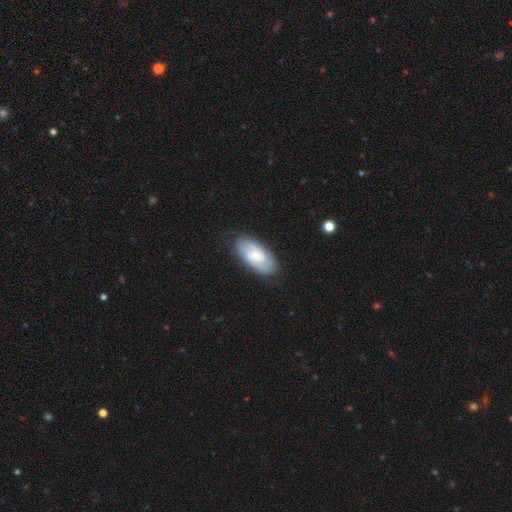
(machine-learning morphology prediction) A featured or disk galaxy (52%). Merging: none (78%).